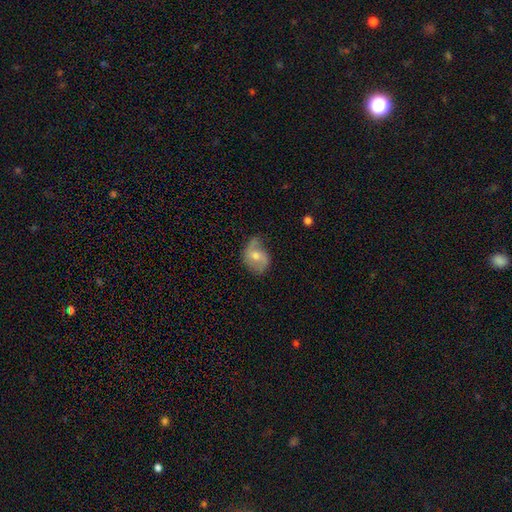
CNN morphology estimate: Smooth or featured? Predicted: featured or disk (p=0.57). Edge-on disk? Predicted: no (p=0.96). Bar? Predicted: no (p=0.45). Spiral arms? Predicted: yes (p=0.83). Bulge size? Predicted: moderate (p=0.59). Merging? Predicted: none (p=0.54).